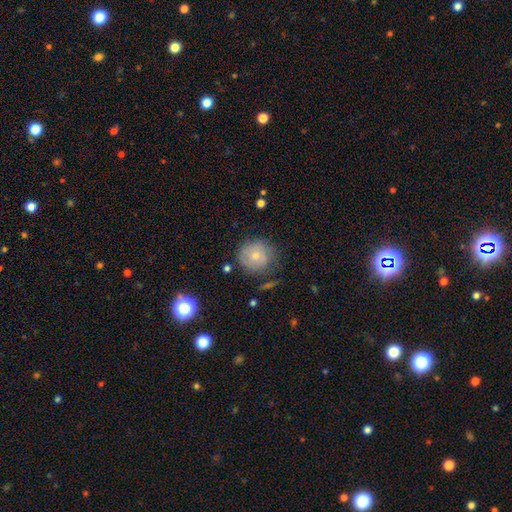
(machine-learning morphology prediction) smooth 66%, featured or disk 26%, star or artifact 8%. Down the decision tree: how rounded — round (90%); merging — none (65%).